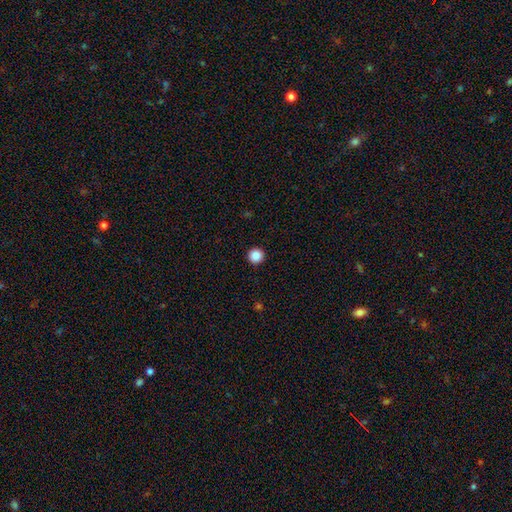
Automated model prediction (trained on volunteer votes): smooth-or-featured: smooth: 88% | star or artifact: 9% | featured or disk: 2%
  how-rounded: round: 97% | in between: 2% | cigar-shaped: 1%
  merging: none: 94% | minor disturbance: 4% | major disturbance: 1% | merger: 1%